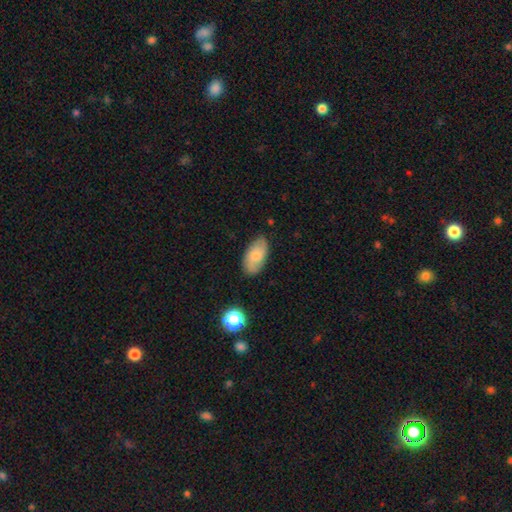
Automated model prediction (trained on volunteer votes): smooth-or-featured: smooth: 65% | featured or disk: 27% | star or artifact: 7%
  how-rounded: in between: 93% | round: 3% | cigar-shaped: 3%
  merging: none: 77% | minor disturbance: 18% | major disturbance: 3% | merger: 2%